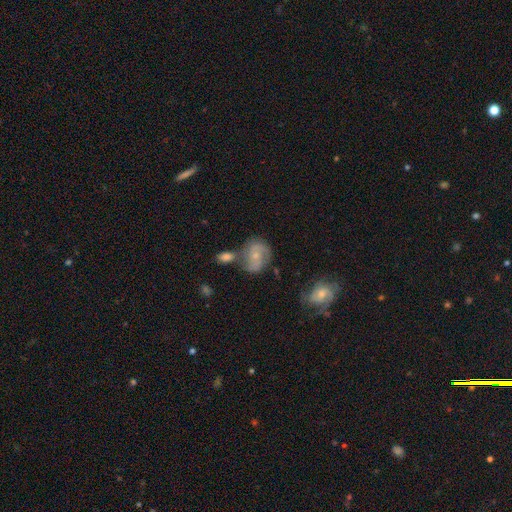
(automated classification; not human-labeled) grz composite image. It shows a featured or disk galaxy (59%) with no bar (65%), spiral arms (83%) and a small central bulge (67%). Merging: none (49%).